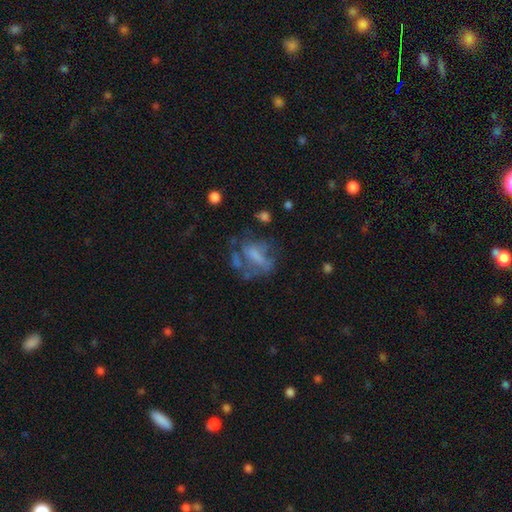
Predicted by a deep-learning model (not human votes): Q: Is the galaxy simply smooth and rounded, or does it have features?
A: featured or disk — 47%.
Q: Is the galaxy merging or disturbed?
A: major disturbance — 36%.